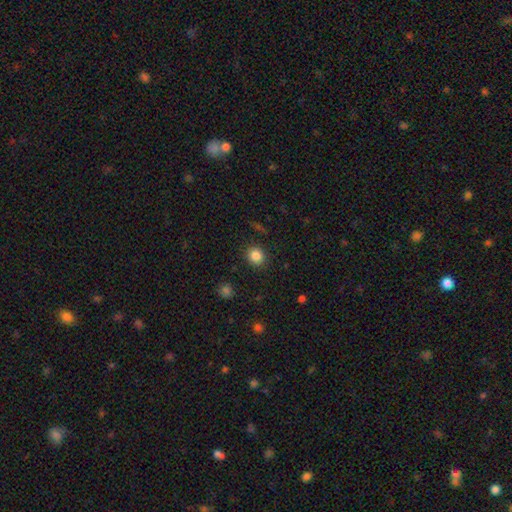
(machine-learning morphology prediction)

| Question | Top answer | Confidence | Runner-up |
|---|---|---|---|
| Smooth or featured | smooth | 85% | star or artifact (11%) |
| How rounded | round | 79% | in between (20%) |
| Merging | none | 89% | minor disturbance (7%) |